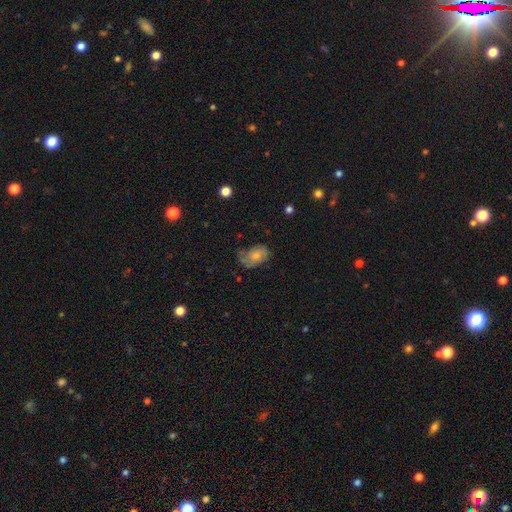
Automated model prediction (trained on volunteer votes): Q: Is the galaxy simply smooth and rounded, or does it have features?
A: smooth — 59%.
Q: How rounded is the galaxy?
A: in between — 81%.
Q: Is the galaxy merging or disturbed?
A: none — 45%.